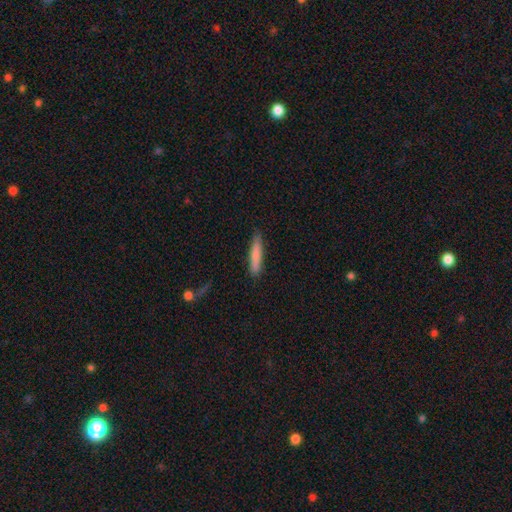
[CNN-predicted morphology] smooth-or-featured: smooth: 80% | featured or disk: 15% | star or artifact: 6%
  how-rounded: cigar-shaped: 91% | in between: 8% | round: 1%
  merging: none: 84% | minor disturbance: 12% | major disturbance: 2% | merger: 2%